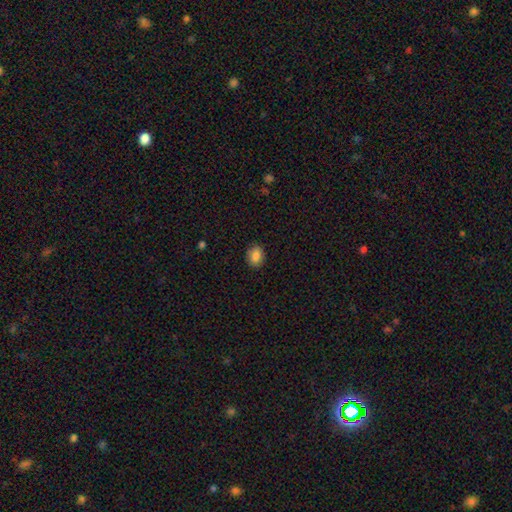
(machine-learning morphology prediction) Overall: smooth (86%). How rounded: in between (56%; round 43%). Merging: none (88%).